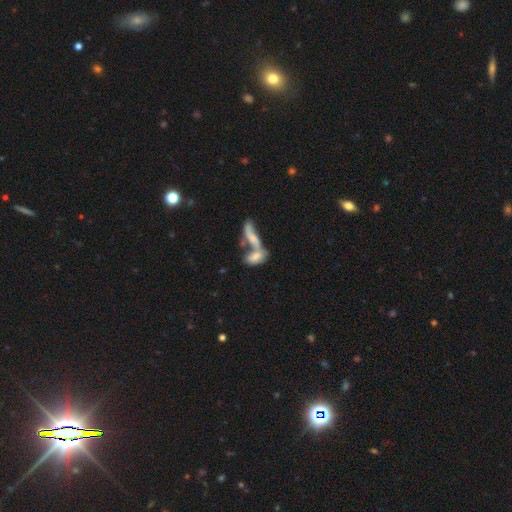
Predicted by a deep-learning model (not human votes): A smooth galaxy with no disk features (62%) that is in between round and cigar-shaped (75%). Merging: merger (69%).